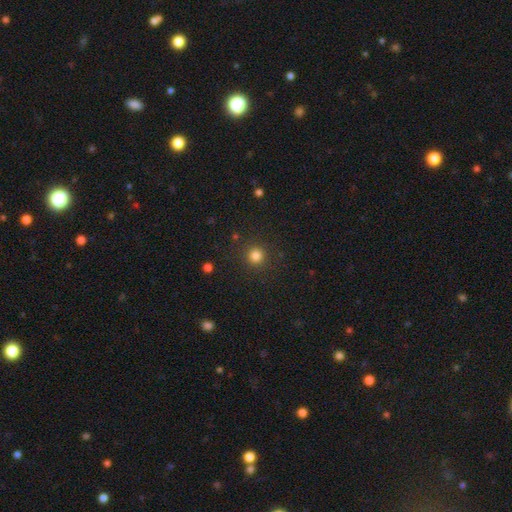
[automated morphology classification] Smooth or featured? Predicted: smooth (p=0.82). How rounded? Predicted: round (p=0.94). Merging? Predicted: none (p=0.89).